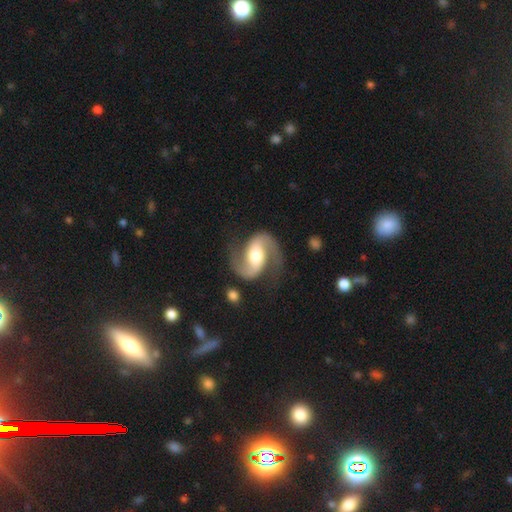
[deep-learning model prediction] Smooth or featured: featured or disk — 92% (smooth — 5%)
Edge-on disk: no — 98% (yes — 2%)
Bar: weak — 38% (strong — 32%)
Spiral arms: yes — 98% (no — 2%)
Spiral winding: medium — 51% (loose — 37%)
Spiral arm count: 2 — 94% (1 — 1%)
Bulge size: moderate — 57% (large — 24%)
Merging: none — 77% (minor disturbance — 14%)